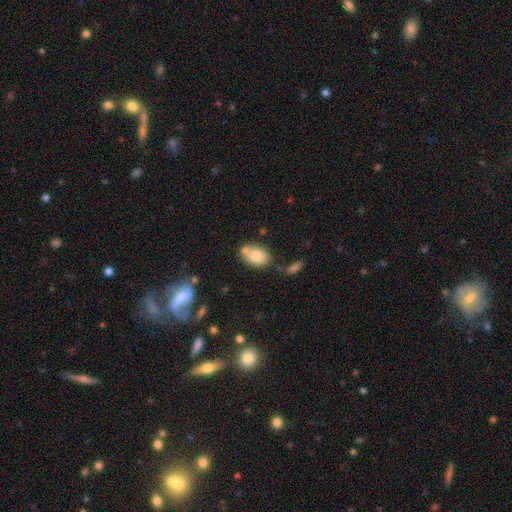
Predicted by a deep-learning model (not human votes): A smooth galaxy with no disk features (78%) that is in between round and cigar-shaped (85%).

Vote fractions:
- Smooth or featured? smooth: 78% / featured or disk: 14% / star or artifact: 8%
- How rounded? in between: 85% / round: 14% / cigar-shaped: 2%
- Merging? none: 53% / merger: 24% / minor disturbance: 18% / major disturbance: 5%